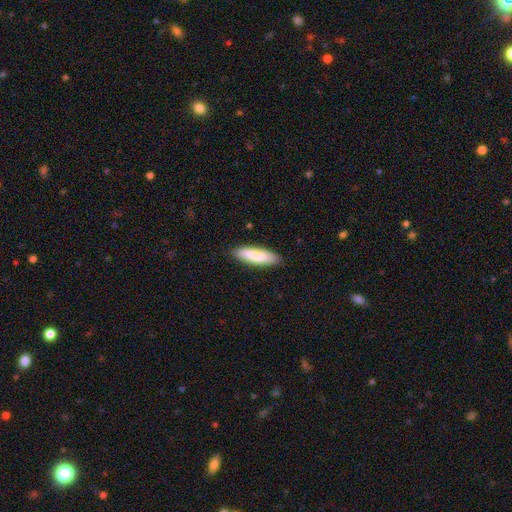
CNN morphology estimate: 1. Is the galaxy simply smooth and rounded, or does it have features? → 85% smooth, 9% featured or disk, 5% star or artifact.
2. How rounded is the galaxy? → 58% cigar-shaped, 41% in between, 1% round.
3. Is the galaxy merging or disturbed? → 87% none, 10% minor disturbance, 2% major disturbance, 1% merger.